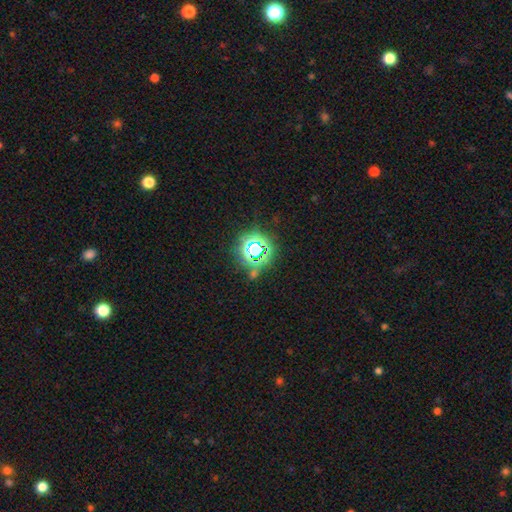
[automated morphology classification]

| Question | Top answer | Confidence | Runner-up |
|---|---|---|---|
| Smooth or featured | star or artifact | 74% | smooth (20%) |